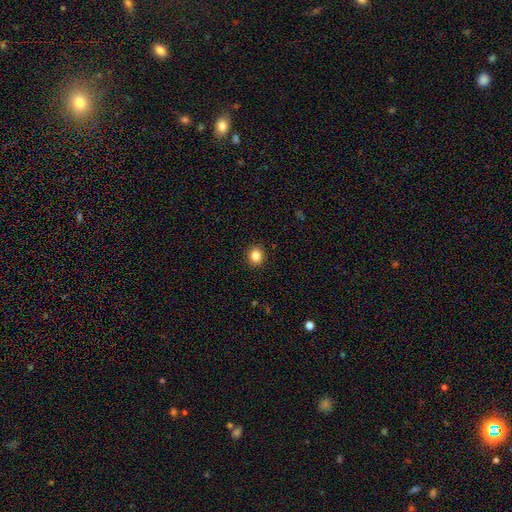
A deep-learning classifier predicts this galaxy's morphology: This is clearly a smooth galaxy (84%). How rounded: clearly round (83%). Merging: clearly none (92%).